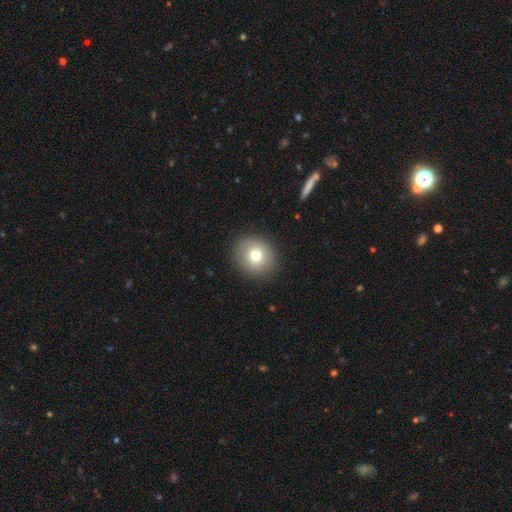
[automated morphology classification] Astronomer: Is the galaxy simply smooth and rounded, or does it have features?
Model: smooth — 75%.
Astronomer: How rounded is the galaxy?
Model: round — 80%.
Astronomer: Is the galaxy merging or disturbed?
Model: none — 89%.